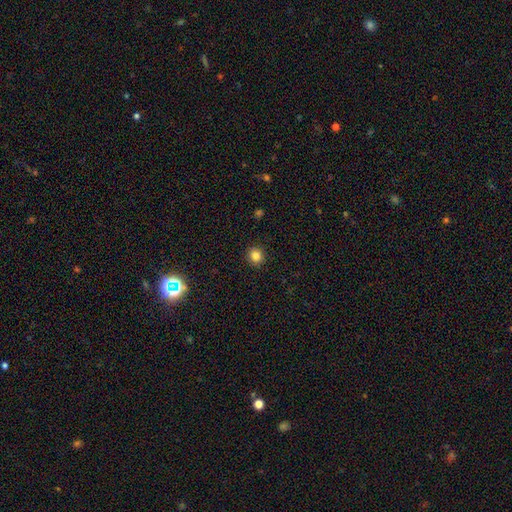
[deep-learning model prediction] Overall: smooth (83%). How rounded: round (91%). Merging: none (92%).